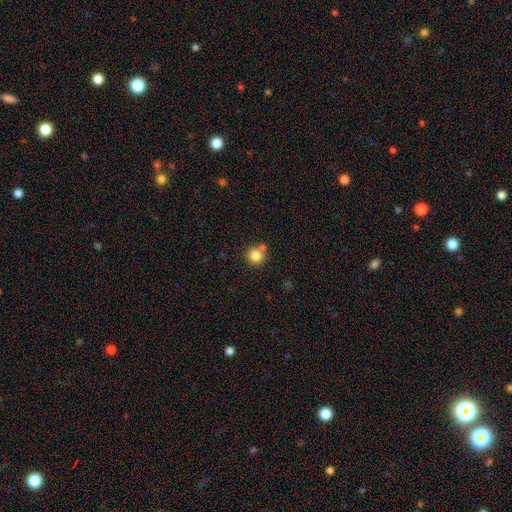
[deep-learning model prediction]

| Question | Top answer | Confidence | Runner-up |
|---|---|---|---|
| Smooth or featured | smooth | 82% | star or artifact (11%) |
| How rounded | round | 93% | in between (6%) |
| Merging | none | 68% | merger (19%) |